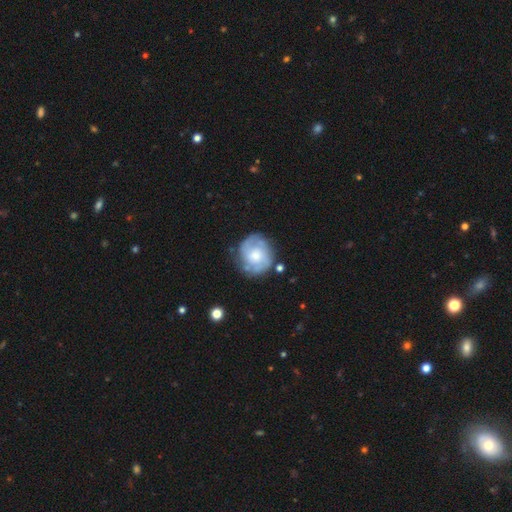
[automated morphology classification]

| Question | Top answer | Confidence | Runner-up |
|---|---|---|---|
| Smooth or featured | featured or disk | 70% | smooth (24%) |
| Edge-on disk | no | 98% | yes (2%) |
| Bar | no | 71% | weak (25%) |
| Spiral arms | yes | 88% | no (12%) |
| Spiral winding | tight | 47% | medium (39%) |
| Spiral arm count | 2 | 64% | can't tell (19%) |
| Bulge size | moderate | 49% | small (35%) |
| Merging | none | 73% | minor disturbance (17%) |